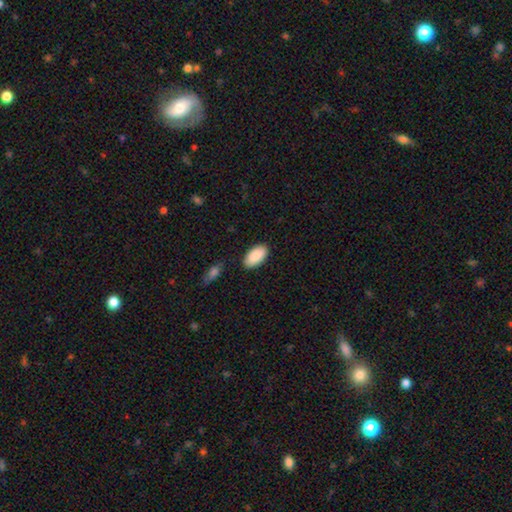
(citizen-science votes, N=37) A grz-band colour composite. It shows a smooth galaxy with no disk features (89%) that is in between round and cigar-shaped (91%). Merging: none (83%).